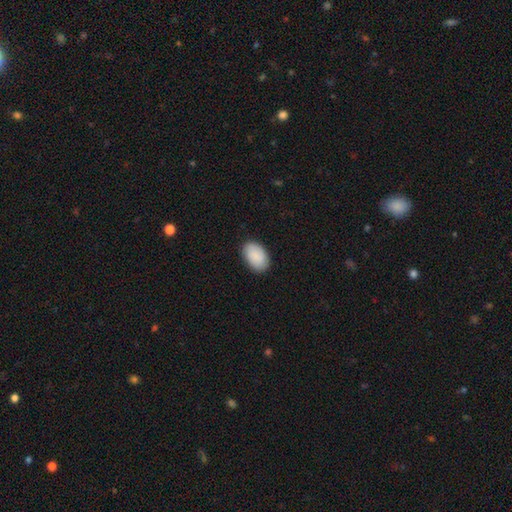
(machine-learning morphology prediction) A smooth galaxy with no disk features (89%) that is in between round and cigar-shaped (92%).

Vote fractions:
- Smooth or featured? smooth: 89% / star or artifact: 6% / featured or disk: 5%
- How rounded? in between: 92% / round: 7% / cigar-shaped: 1%
- Merging? none: 86% / minor disturbance: 11% / major disturbance: 2% / merger: 1%